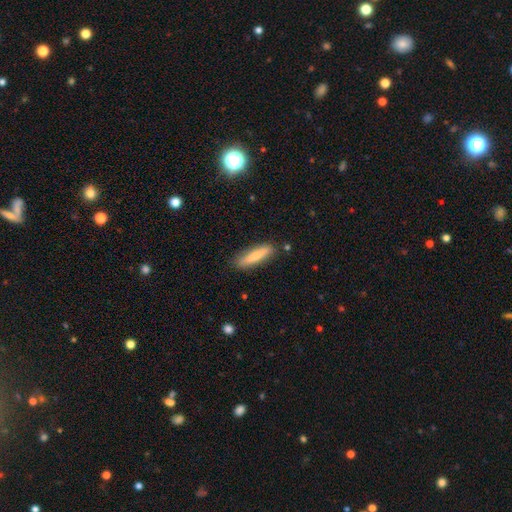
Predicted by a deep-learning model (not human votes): This is likely a smooth galaxy (72%). How rounded: likely cigar-shaped (77%). Merging: clearly none (85%).